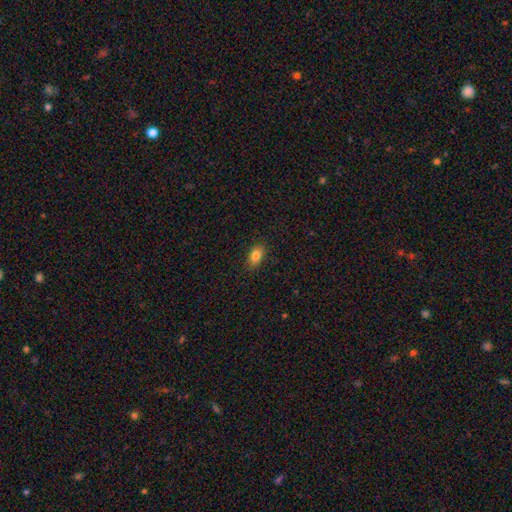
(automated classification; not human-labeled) A smooth galaxy with no disk features (83%) that is in between round and cigar-shaped (87%).

Vote fractions:
- Smooth or featured? smooth: 83% / star or artifact: 9% / featured or disk: 8%
- How rounded? in between: 87% / round: 11% / cigar-shaped: 3%
- Merging? none: 87% / minor disturbance: 10% / major disturbance: 2% / merger: 1%